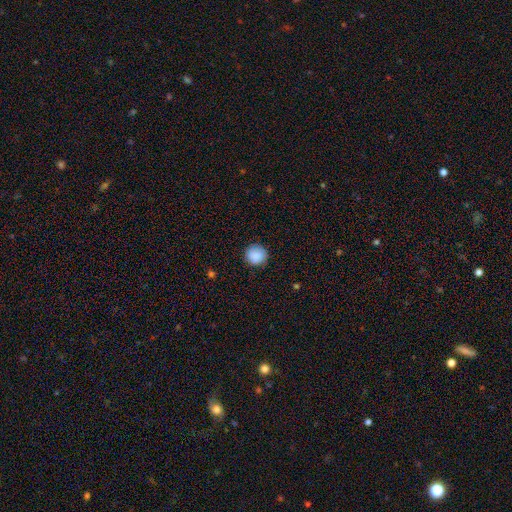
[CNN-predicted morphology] smooth-or-featured: smooth: 89% | star or artifact: 7% | featured or disk: 4%
  how-rounded: round: 94% | in between: 5% | cigar-shaped: 1%
  merging: none: 88% | minor disturbance: 9% | major disturbance: 2% | merger: 1%